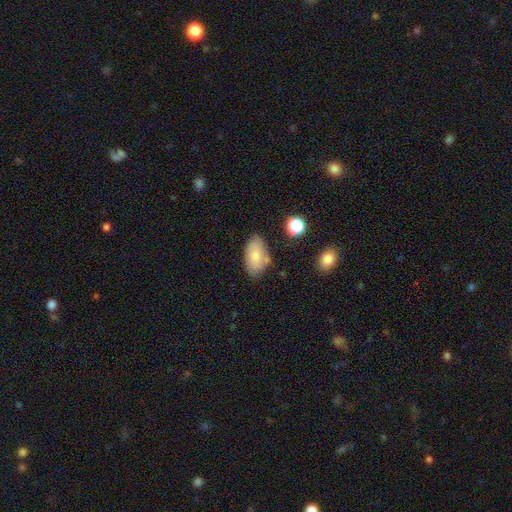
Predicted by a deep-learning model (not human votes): Overall: smooth (75%). How rounded: in between (93%). Merging: none (70%).